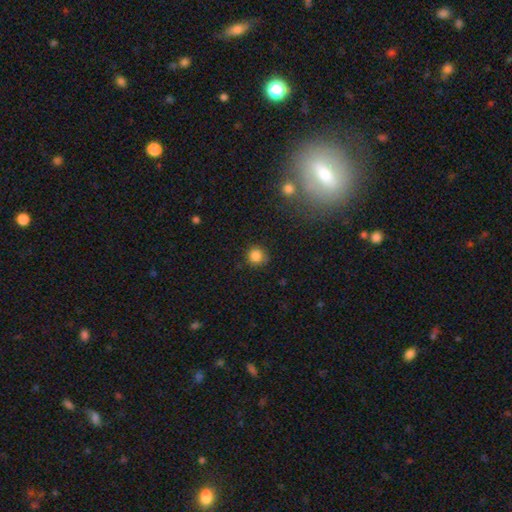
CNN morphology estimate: Smooth or featured? smooth (84%)
How rounded? round (92%)
Merging? none (81%)